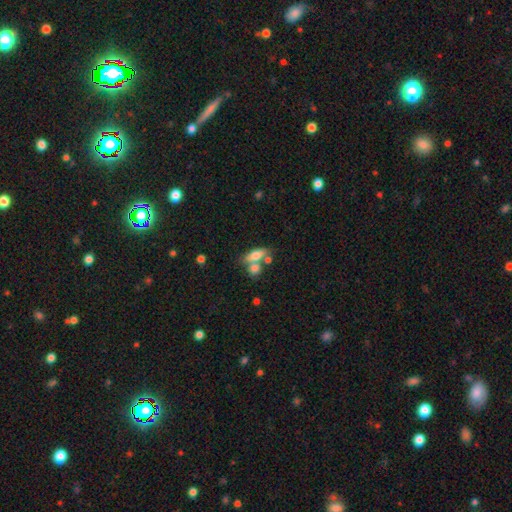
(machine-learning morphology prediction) Q: Smooth or featured?
A: smooth (64%); runner-up: featured or disk (28%)
Q: How rounded?
A: in between (57%); runner-up: cigar-shaped (36%)
Q: Merging?
A: none (50%); runner-up: merger (33%)